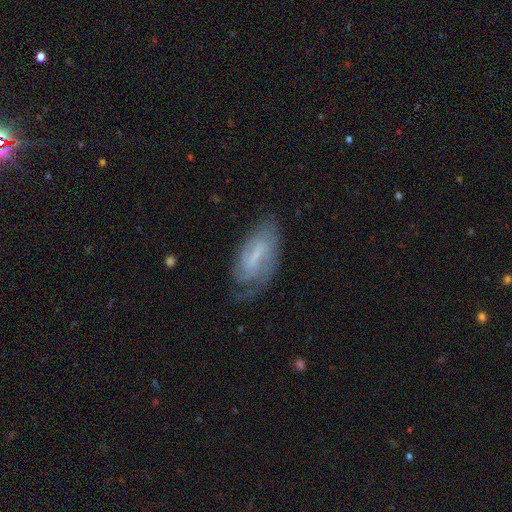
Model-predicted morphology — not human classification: This is likely a featured or disk galaxy (66%). It is clearly not viewed edge-on (92%). Bar: possibly weak (52%). Spiral arm pattern: clearly yes (85%). Spiral arm count: marginally 2 (36%). Spiral winding: marginally tight (43%). Central bulge: possibly small (48%). Merging: possibly none (58%).